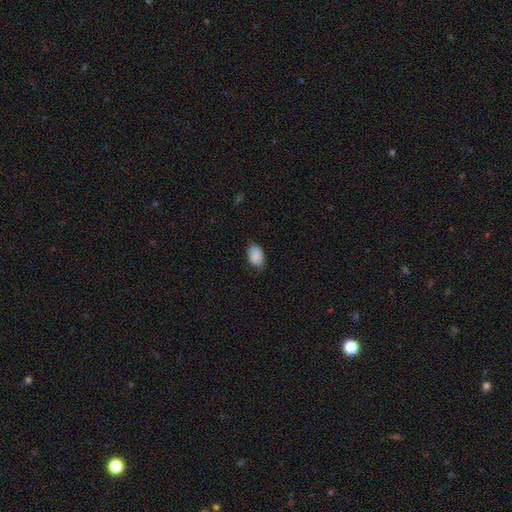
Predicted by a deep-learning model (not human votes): This appears to be a smooth galaxy with no disk features (86%) that is in between round and cigar-shaped (88%). Merging: none (72%).